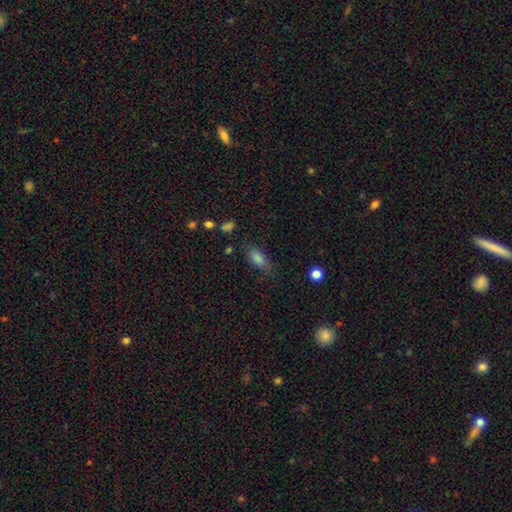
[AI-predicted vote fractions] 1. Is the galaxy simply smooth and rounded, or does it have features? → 71% smooth, 17% star or artifact, 12% featured or disk.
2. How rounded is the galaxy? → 73% in between, 21% cigar-shaped, 6% round.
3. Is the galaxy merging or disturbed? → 66% none, 22% minor disturbance, 8% major disturbance, 3% merger.